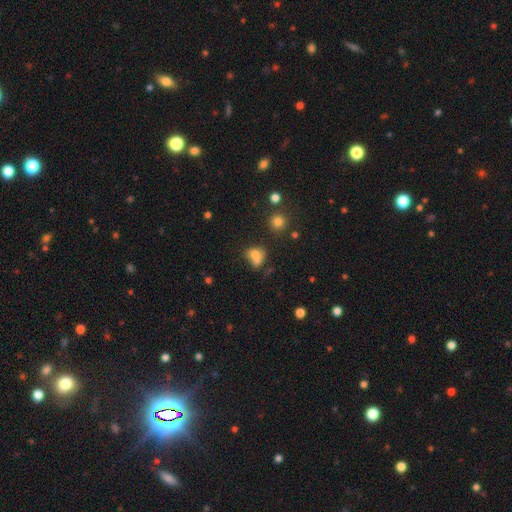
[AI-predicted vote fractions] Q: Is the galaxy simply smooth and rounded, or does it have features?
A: smooth — 72%.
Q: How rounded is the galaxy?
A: in between — 53%.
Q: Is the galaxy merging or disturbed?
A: merger — 41%.